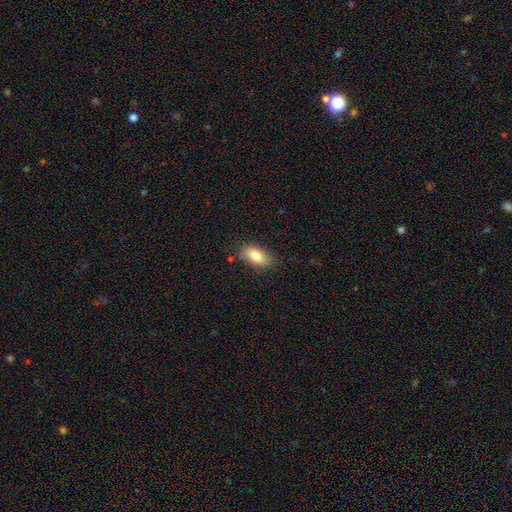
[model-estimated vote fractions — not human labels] smooth_or_featured: smooth (p=0.82) [alt: featured or disk p=0.11]
how_rounded: in between (p=0.91) [alt: cigar-shaped p=0.05]
merging: none (p=0.78) [alt: minor disturbance p=0.16]